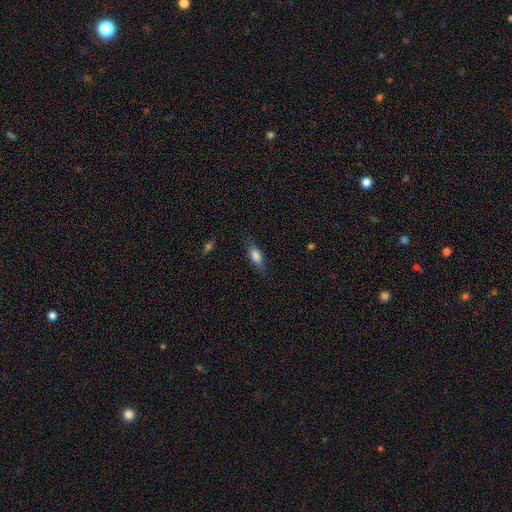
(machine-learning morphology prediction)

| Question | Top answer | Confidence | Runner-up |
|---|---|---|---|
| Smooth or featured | smooth | 76% | featured or disk (16%) |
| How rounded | in between | 65% | cigar-shaped (32%) |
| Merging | none | 77% | minor disturbance (17%) |